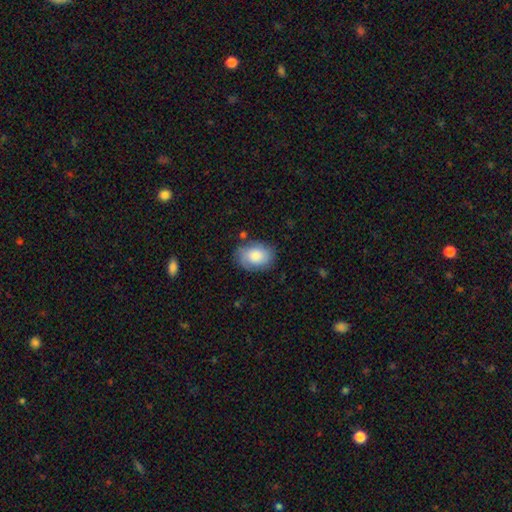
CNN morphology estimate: The model was most divided on "how rounded": in between: 77%, round: 22%, cigar-shaped: 1%. More confident: smooth or featured — smooth (79%); merging — none (75%).